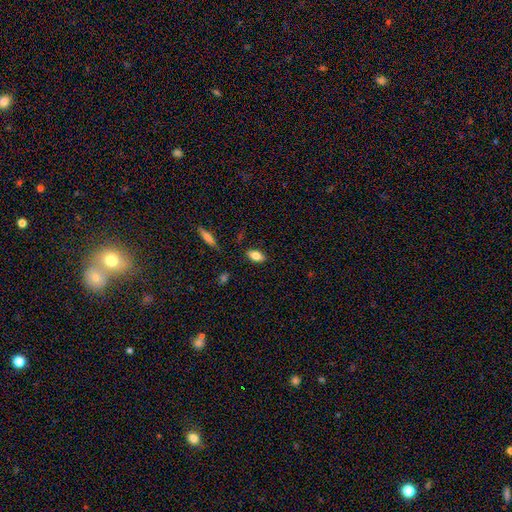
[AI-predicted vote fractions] Smooth or featured? Predicted: smooth (p=0.79). How rounded? Predicted: in between (p=0.87). Merging? Predicted: none (p=0.86).